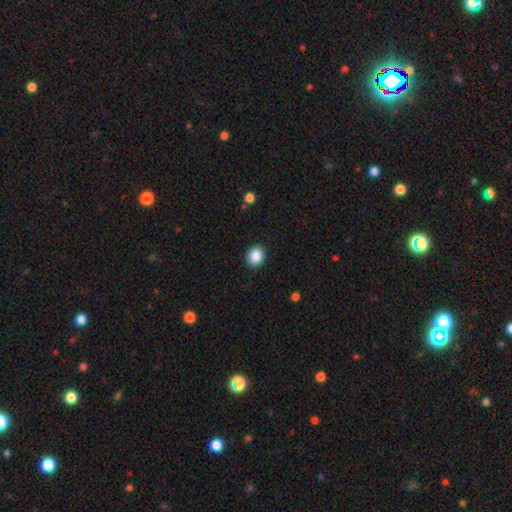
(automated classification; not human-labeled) A smooth galaxy with no disk features (88%) that is round (67%).

Vote fractions:
- Smooth or featured? smooth: 88% / star or artifact: 8% / featured or disk: 3%
- How rounded? round: 67% / in between: 32% / cigar-shaped: 1%
- Merging? none: 90% / minor disturbance: 6% / major disturbance: 2% / merger: 1%